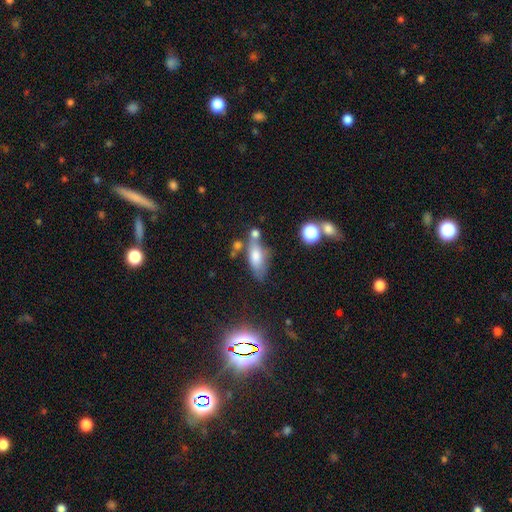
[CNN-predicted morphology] Smooth or featured?
  - smooth: 66% *
  - featured or disk: 21%
  - star or artifact: 13%
How rounded?
  - in between: 72% *
  - cigar-shaped: 24%
  - round: 4%
Merging?
  - none: 52% *
  - merger: 20%
  - minor disturbance: 20%
  - major disturbance: 8%